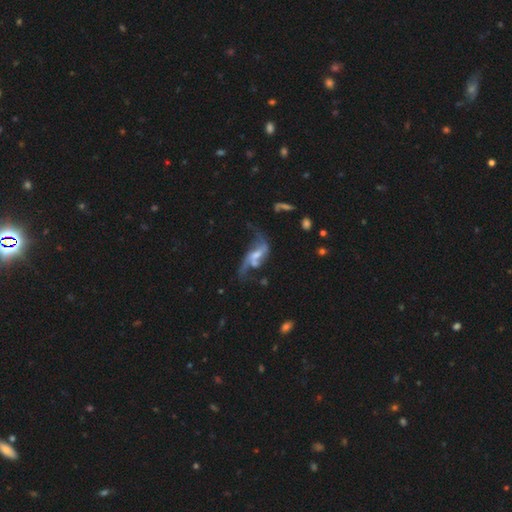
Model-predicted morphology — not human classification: This is likely a featured or disk galaxy (74%). It is clearly not viewed edge-on (92%). Bar: marginally weak (44%). Spiral arm pattern: clearly yes (81%). Spiral arm count: likely 2 (80%). Spiral winding: clearly loose (82%). Central bulge: marginally moderate (38%). Merging: marginally major disturbance (34%).